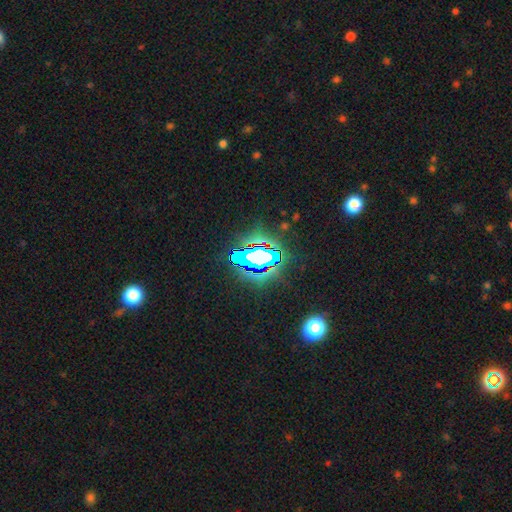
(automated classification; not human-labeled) smooth_or_featured: star or artifact (p=0.69) [alt: smooth p=0.18]